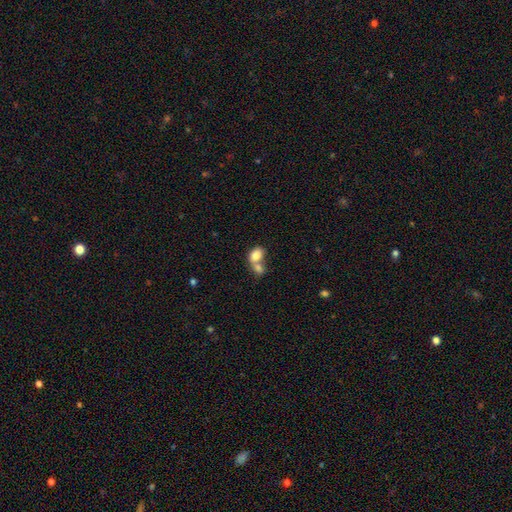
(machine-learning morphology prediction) A smooth galaxy with no disk features (81%) that is in between round and cigar-shaped (75%).

Vote fractions:
- Smooth or featured? smooth: 81% / featured or disk: 11% / star or artifact: 8%
- How rounded? in between: 75% / round: 24% / cigar-shaped: 1%
- Merging? merger: 65% / none: 24% / minor disturbance: 7% / major disturbance: 4%